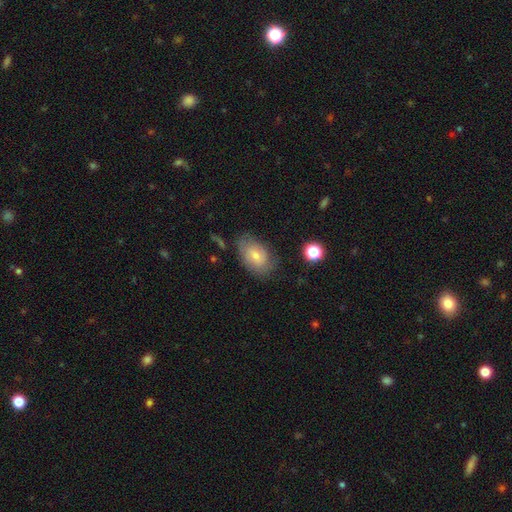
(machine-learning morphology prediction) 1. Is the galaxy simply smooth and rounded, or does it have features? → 58% smooth, 32% featured or disk, 10% star or artifact.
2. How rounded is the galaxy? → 86% in between, 12% round, 2% cigar-shaped.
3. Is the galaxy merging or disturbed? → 70% none, 22% minor disturbance, 6% major disturbance, 2% merger.